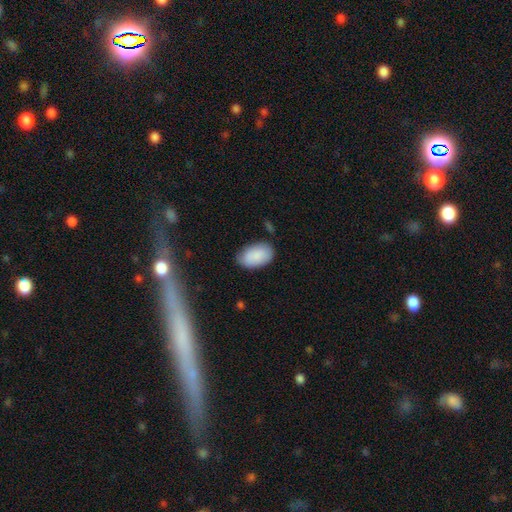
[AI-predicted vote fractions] Overall: smooth (87%). How rounded: in between (93%). Merging: none (73%).